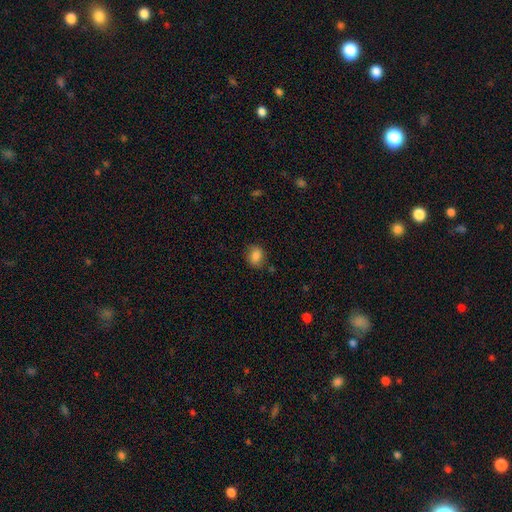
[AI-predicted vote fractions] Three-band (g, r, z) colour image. It shows a smooth galaxy with no disk features (84%) that is round (60%). Merging: none (84%).